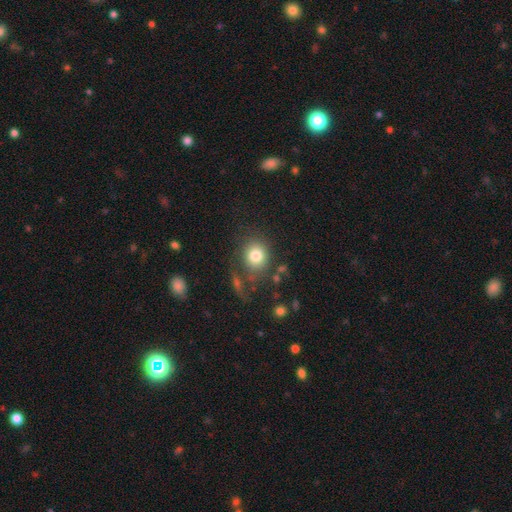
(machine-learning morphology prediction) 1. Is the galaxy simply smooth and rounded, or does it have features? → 80% smooth, 11% star or artifact, 10% featured or disk.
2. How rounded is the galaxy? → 74% round, 25% in between, 1% cigar-shaped.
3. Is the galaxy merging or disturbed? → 69% none, 15% minor disturbance, 9% major disturbance, 7% merger.